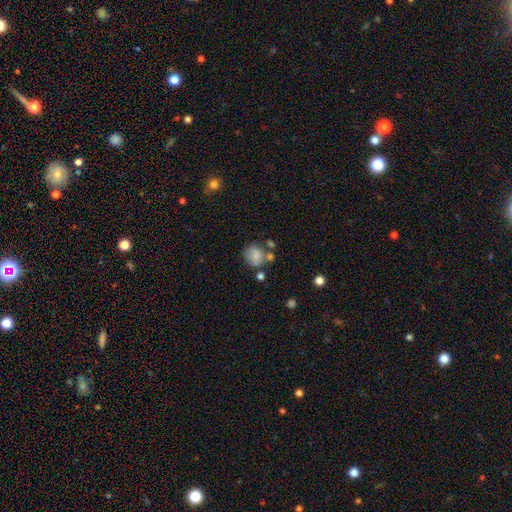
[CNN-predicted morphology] The model was most divided on "merging": none: 50%, minor disturbance: 21%, merger: 19%, major disturbance: 9%. More confident: smooth or featured — smooth (75%); how rounded — round (73%).